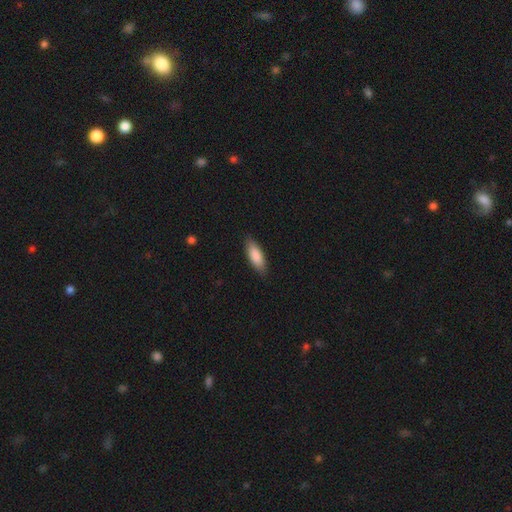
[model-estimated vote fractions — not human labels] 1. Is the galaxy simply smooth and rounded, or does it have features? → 86% smooth, 8% featured or disk, 5% star or artifact.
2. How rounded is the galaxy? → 68% in between, 30% cigar-shaped, 2% round.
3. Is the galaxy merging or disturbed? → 86% none, 11% minor disturbance, 2% major disturbance, 1% merger.